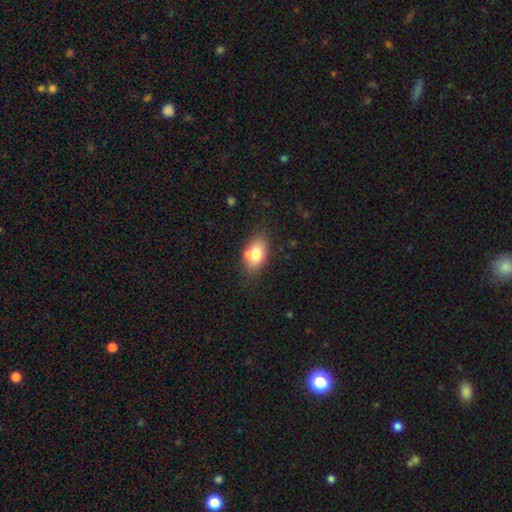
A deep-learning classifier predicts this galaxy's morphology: smooth_or_featured: smooth (p=0.74) [alt: featured or disk p=0.18]
how_rounded: in between (p=0.86) [alt: round p=0.12]
merging: none (p=0.62) [alt: merger p=0.18]